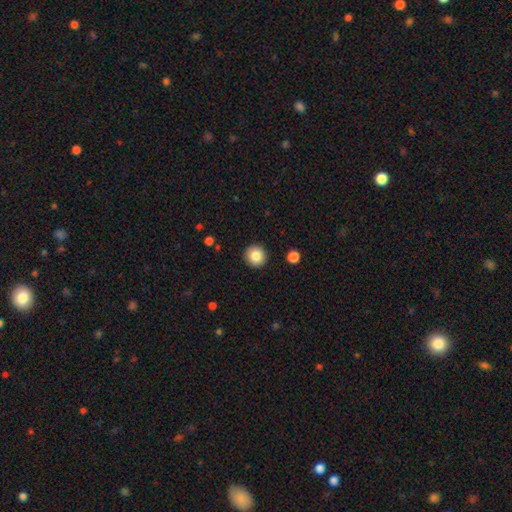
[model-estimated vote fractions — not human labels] smooth-or-featured: smooth: 85% | star or artifact: 9% | featured or disk: 6%
  how-rounded: round: 94% | in between: 5% | cigar-shaped: 1%
  merging: none: 92% | minor disturbance: 5% | major disturbance: 2% | merger: 1%